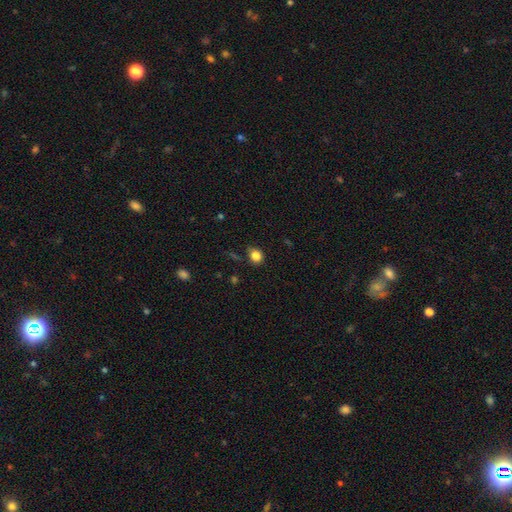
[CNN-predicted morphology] This is clearly a smooth galaxy (83%). How rounded: likely round (75%). Merging: likely none (74%).